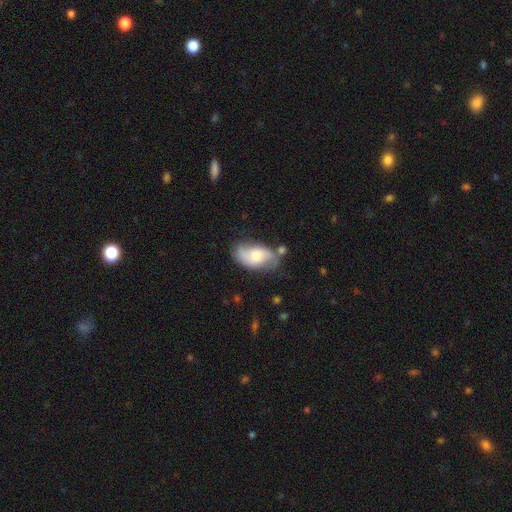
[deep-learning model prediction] smooth-or-featured: featured or disk: 52% | smooth: 41% | star or artifact: 7%
  disk-edge-on: no: 94% | yes: 6%
  merging: none: 56% | minor disturbance: 26% | merger: 10% | major disturbance: 9%